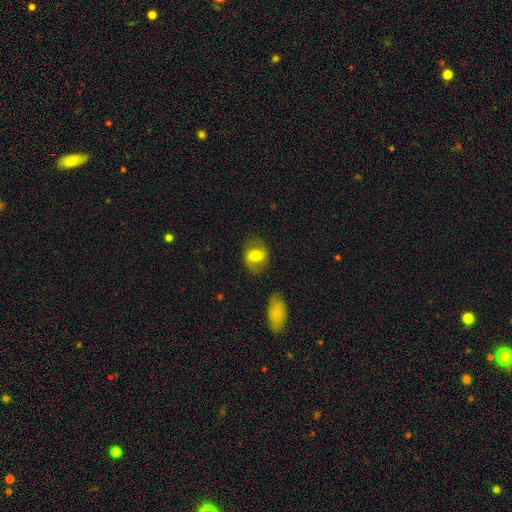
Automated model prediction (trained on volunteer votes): Smooth or featured?
  - smooth: 53% *
  - featured or disk: 39%
  - star or artifact: 8%
How rounded?
  - in between: 58% *
  - round: 40%
  - cigar-shaped: 2%
Merging?
  - none: 73% *
  - minor disturbance: 17%
  - major disturbance: 7%
  - merger: 3%